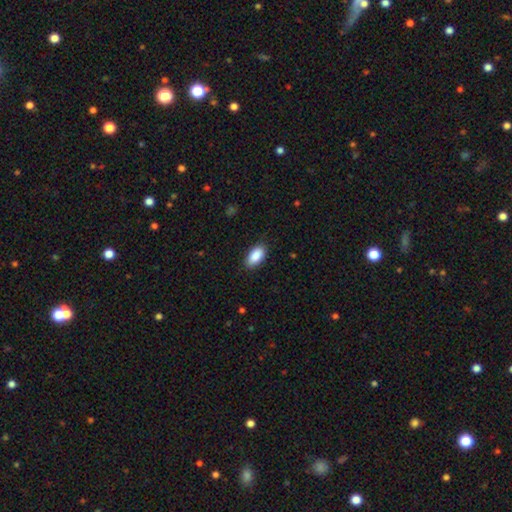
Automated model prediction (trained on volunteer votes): smooth-or-featured: smooth: 89% | star or artifact: 6% | featured or disk: 4%
  how-rounded: in between: 93% | cigar-shaped: 4% | round: 3%
  merging: none: 86% | minor disturbance: 11% | major disturbance: 2% | merger: 1%